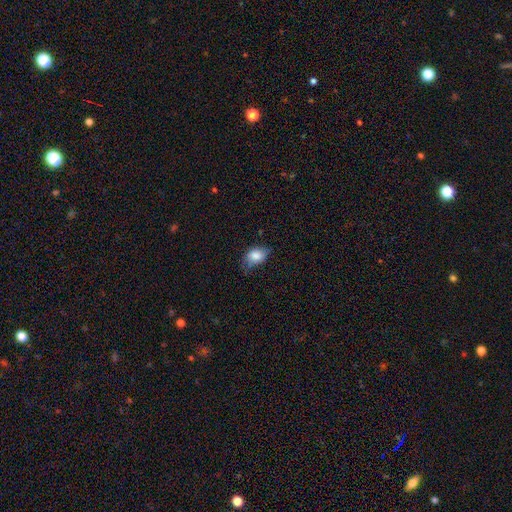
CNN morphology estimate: Smooth or featured? smooth (82%)
How rounded? in between (81%)
Merging? none (51%)